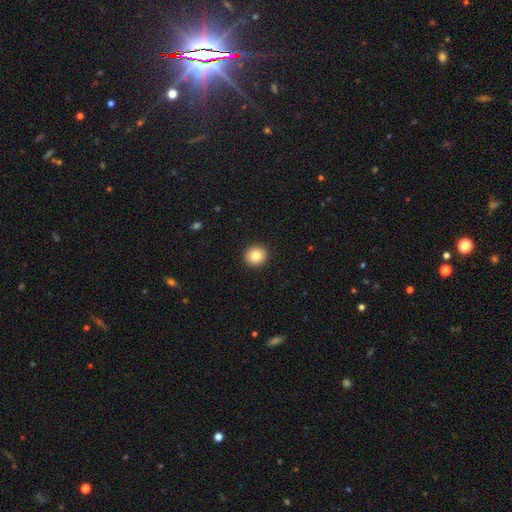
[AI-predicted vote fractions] Smooth or featured? smooth (82%)
How rounded? round (93%)
Merging? none (94%)